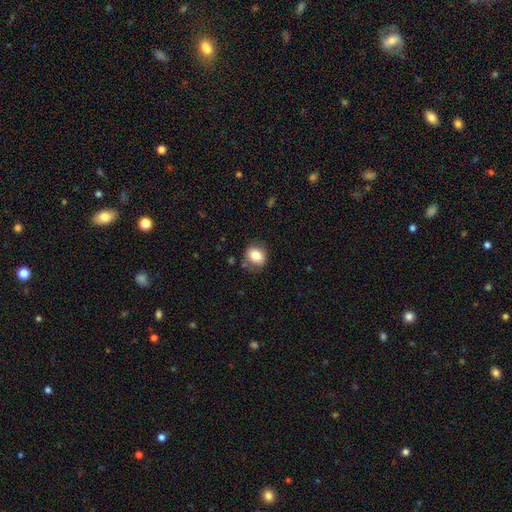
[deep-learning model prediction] This is clearly a smooth galaxy (81%). How rounded: likely round (65%). Merging: likely none (79%).